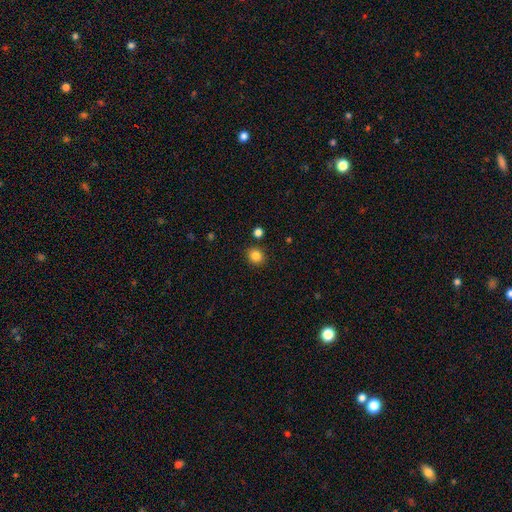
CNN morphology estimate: type=smooth (84%); roundness=round (79%); merging=none (87%).